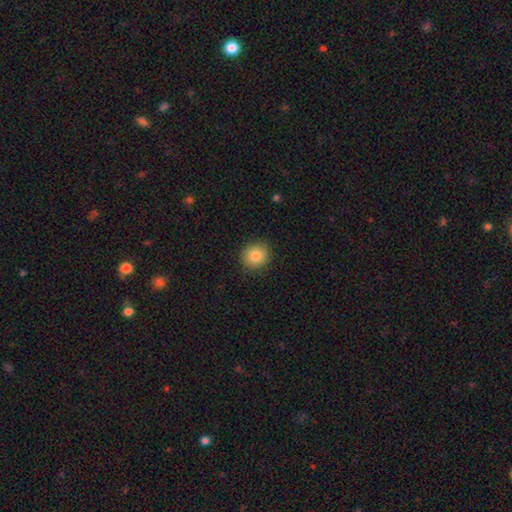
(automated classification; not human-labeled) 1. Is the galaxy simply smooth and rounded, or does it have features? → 85% smooth, 9% star or artifact, 6% featured or disk.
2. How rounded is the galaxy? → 82% round, 17% in between, 1% cigar-shaped.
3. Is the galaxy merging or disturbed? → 89% none, 8% minor disturbance, 2% major disturbance, 1% merger.